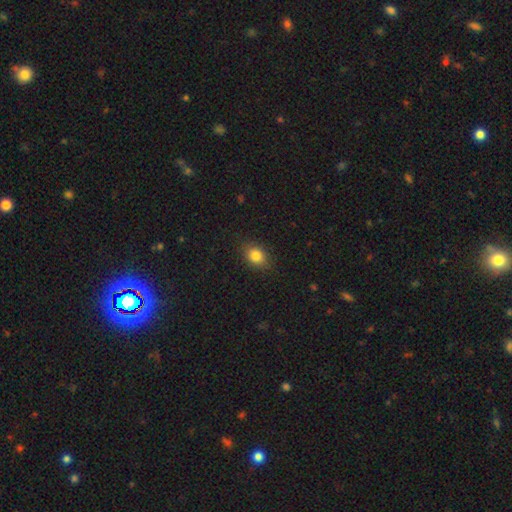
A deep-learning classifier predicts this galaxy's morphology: Smooth or featured: smooth — 83% (star or artifact — 10%)
How rounded: in between — 62% (round — 37%)
Merging: none — 86% (minor disturbance — 11%)